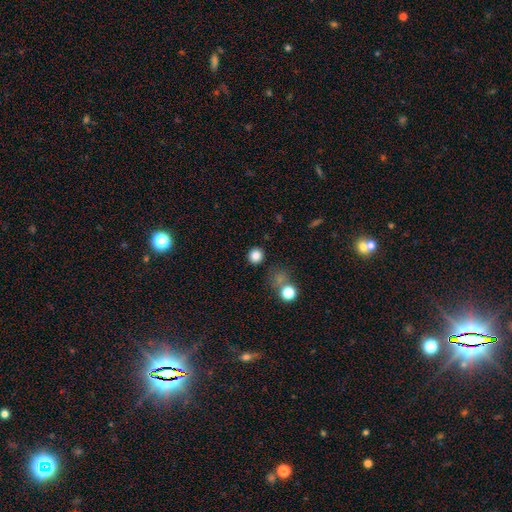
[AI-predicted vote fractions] smooth 84%, star or artifact 13%, featured or disk 4%. Down the decision tree: how rounded — round (91%); merging — none (86%).